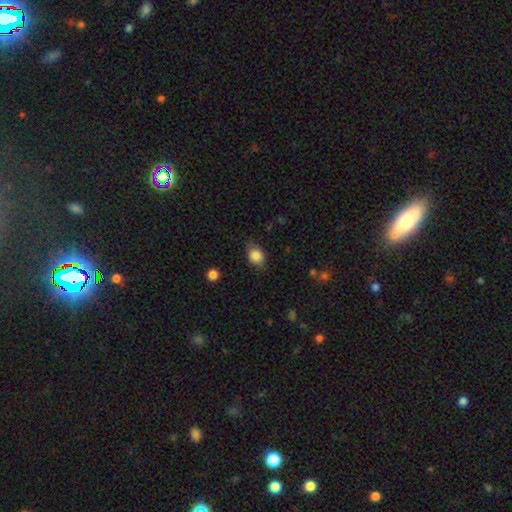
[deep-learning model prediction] A smooth galaxy with no disk features (85%) that is in between round and cigar-shaped (66%). Merging: none (76%).